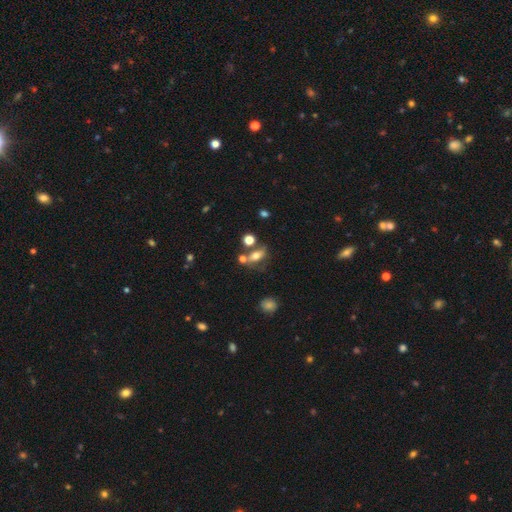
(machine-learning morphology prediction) This is possibly a smooth galaxy (57%). How rounded: likely in between (64%). Merging: possibly none (51%).